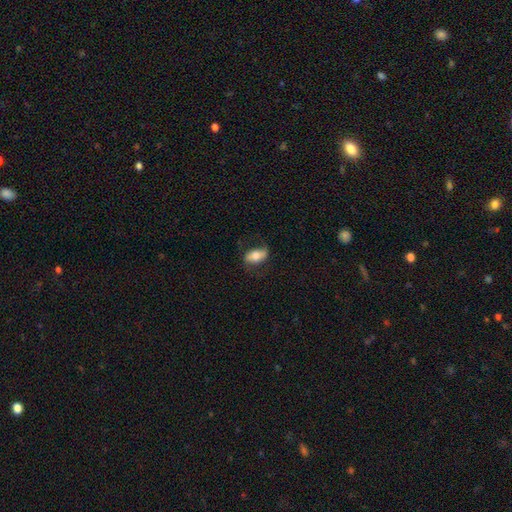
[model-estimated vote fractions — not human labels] This appears to be a smooth galaxy with no disk features (59%) that is in between round and cigar-shaped (88%). Merging: none (68%).